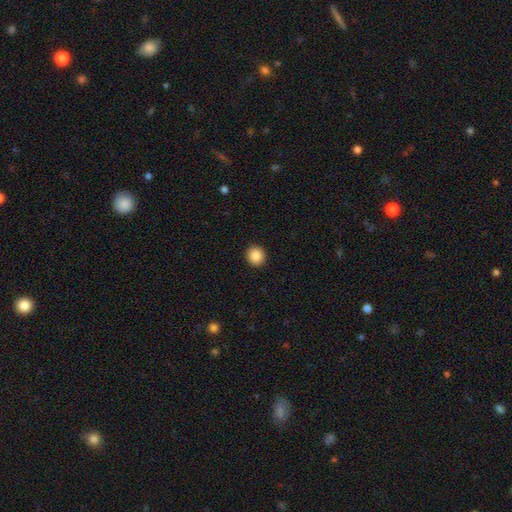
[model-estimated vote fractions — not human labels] Smooth or featured? Predicted: smooth (p=0.87). How rounded? Predicted: round (p=0.87). Merging? Predicted: none (p=0.93).